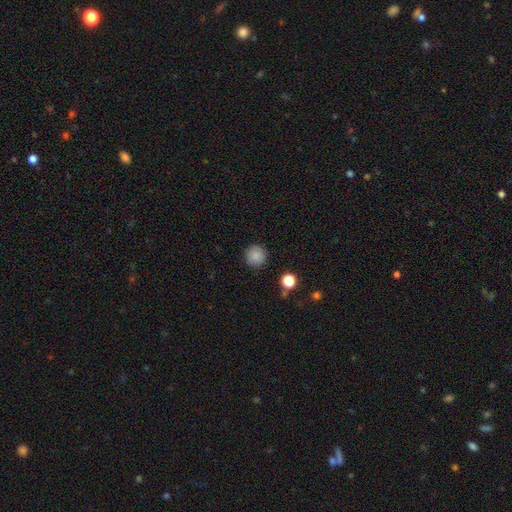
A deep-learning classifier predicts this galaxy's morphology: Smooth or featured? smooth (87%)
How rounded? round (96%)
Merging? none (91%)